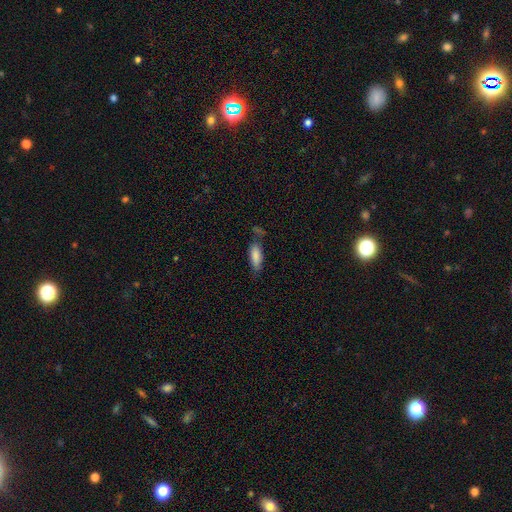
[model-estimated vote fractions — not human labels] smooth_or_featured: smooth (p=0.84) [alt: featured or disk p=0.09]
how_rounded: in between (p=0.73) [alt: cigar-shaped p=0.26]
merging: none (p=0.58) [alt: minor disturbance p=0.24]